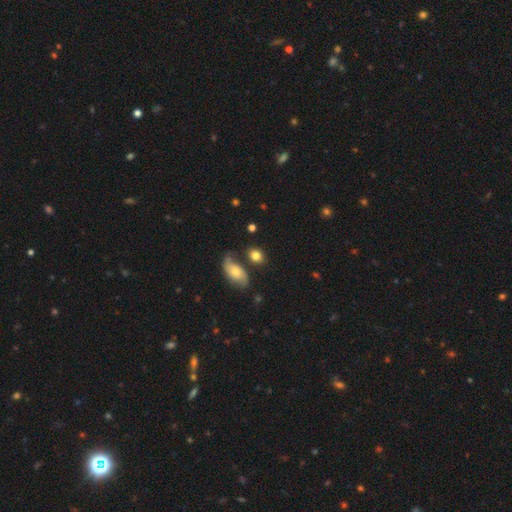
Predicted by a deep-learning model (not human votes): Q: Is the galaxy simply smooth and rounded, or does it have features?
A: smooth — 77%.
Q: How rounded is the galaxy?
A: in between — 56%.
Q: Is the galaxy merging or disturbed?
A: none — 64%.